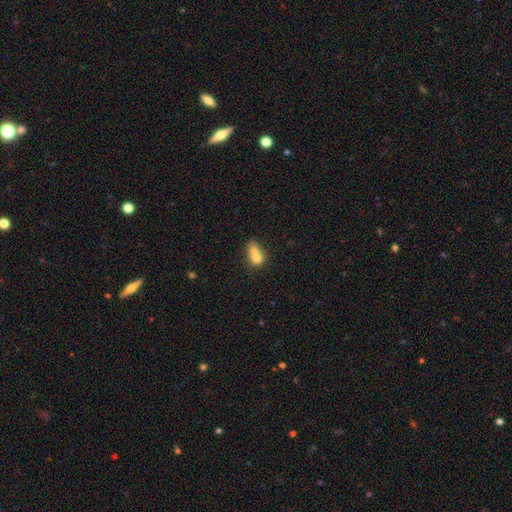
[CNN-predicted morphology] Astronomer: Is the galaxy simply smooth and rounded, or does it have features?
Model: smooth — 68%.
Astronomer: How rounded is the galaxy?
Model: round — 56% (runner-up: in between, 43%).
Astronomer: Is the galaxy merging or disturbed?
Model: merger — 73%.